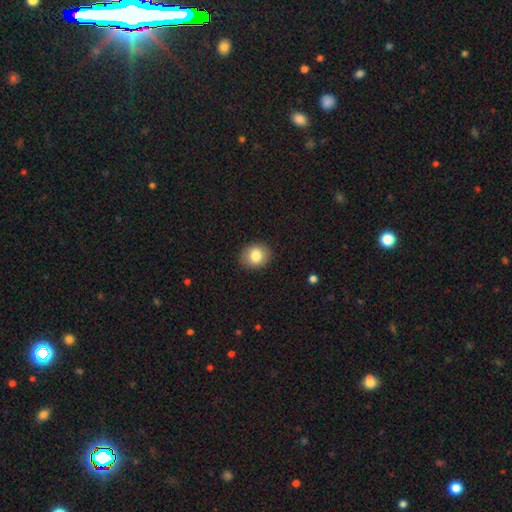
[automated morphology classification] Smooth or featured? Predicted: smooth (p=0.82). How rounded? Predicted: round (p=0.63). Merging? Predicted: none (p=0.90).